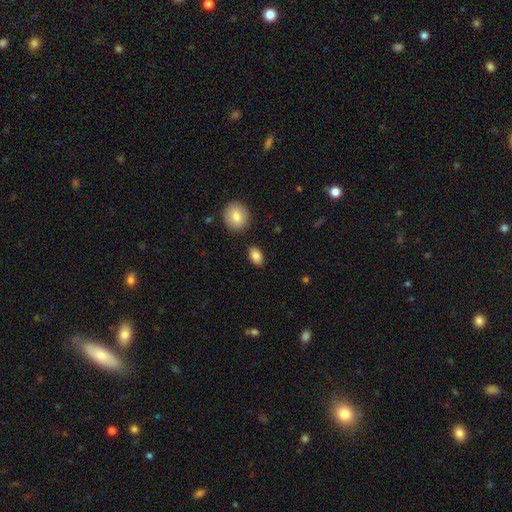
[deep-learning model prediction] This is clearly a smooth galaxy (85%). How rounded: clearly in between (85%). Merging: clearly none (86%).